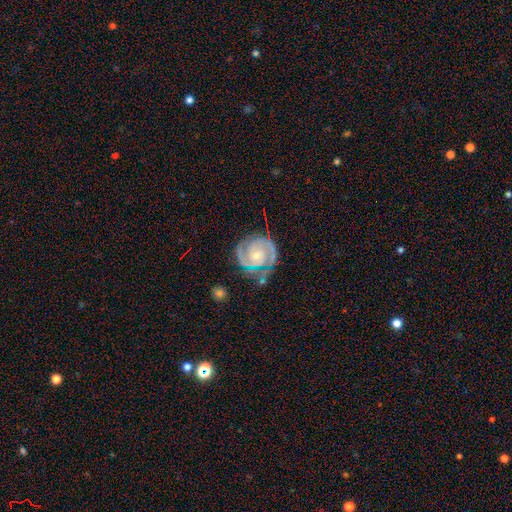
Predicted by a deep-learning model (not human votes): This appears to be a featured or disk galaxy (91%) with no bar (68%), 2 (80%) tight (75%) spiral arms (99%) and a small central bulge (57%). Merging: none (77%).